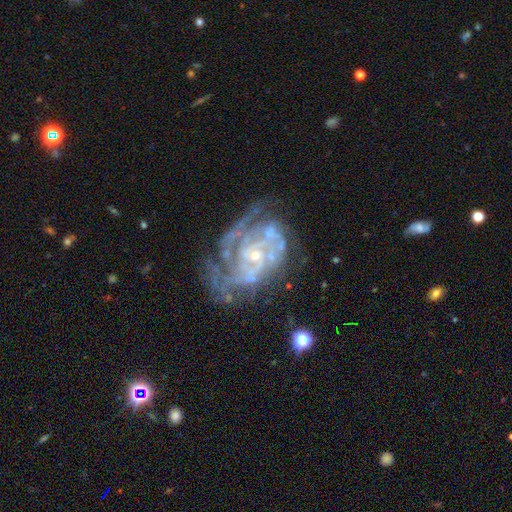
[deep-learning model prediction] The model was most divided on "spiral arm count": can't tell: 37%, 2: 19%, 3: 18%, 4: 12%, more than 4: 7%, 1: 7%. More confident: edge-on disk — no (97%); spiral arms — yes (89%); smooth or featured — featured or disk (86%); bulge size — small (78%); bar — no (71%); spiral winding — tight (58%); merging — none (53%).